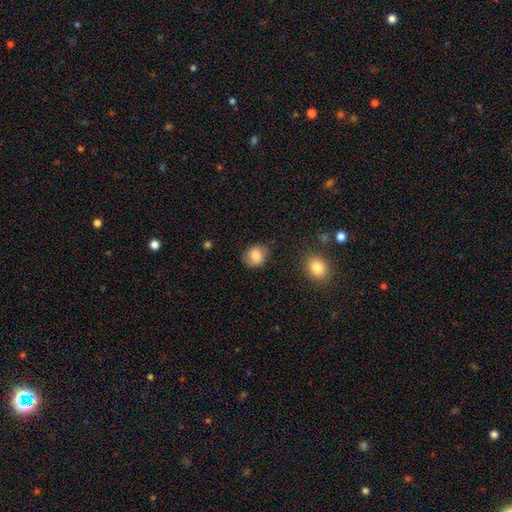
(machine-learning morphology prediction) smooth-or-featured: smooth: 84% | star or artifact: 9% | featured or disk: 7%
  how-rounded: round: 69% | in between: 30% | cigar-shaped: 1%
  merging: none: 81% | minor disturbance: 13% | major disturbance: 3% | merger: 2%